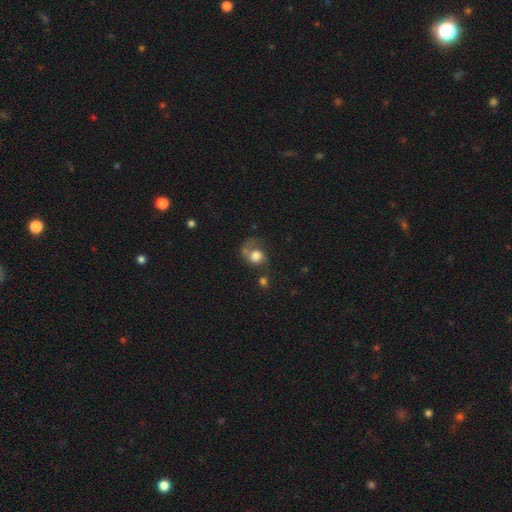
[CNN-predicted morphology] smooth_or_featured: smooth (p=0.54) [alt: featured or disk p=0.36]
how_rounded: round (p=0.66) [alt: in between p=0.33]
merging: major disturbance (p=0.38) [alt: none p=0.30]